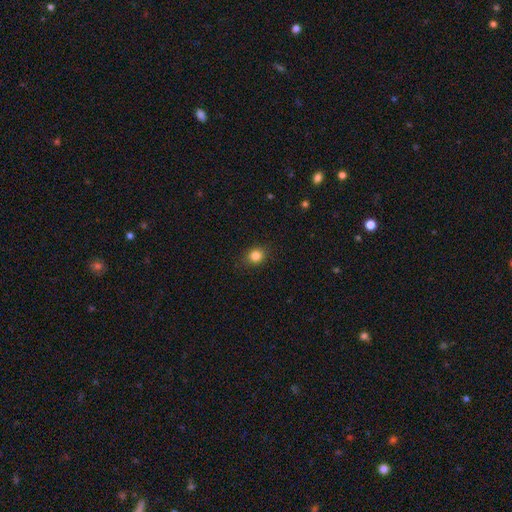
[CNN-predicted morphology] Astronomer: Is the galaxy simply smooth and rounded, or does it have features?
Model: smooth — 83%.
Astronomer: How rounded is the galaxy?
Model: round — 70%.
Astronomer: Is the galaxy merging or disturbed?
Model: none — 87%.